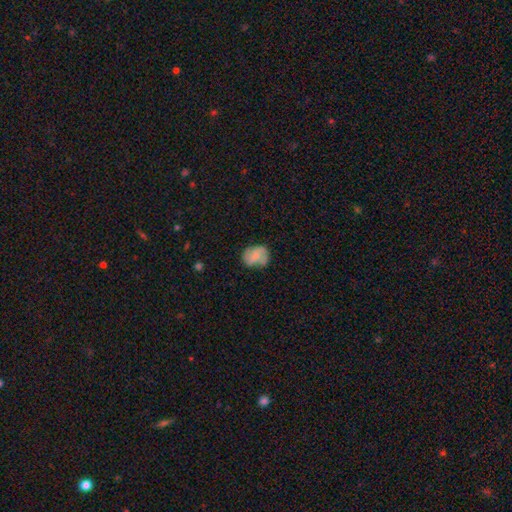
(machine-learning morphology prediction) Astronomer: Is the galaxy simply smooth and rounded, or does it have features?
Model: smooth — 56% (runner-up: featured or disk, 36%).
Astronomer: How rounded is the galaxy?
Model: round — 51% (runner-up: in between, 48%).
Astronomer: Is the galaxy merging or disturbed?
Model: none — 58%.